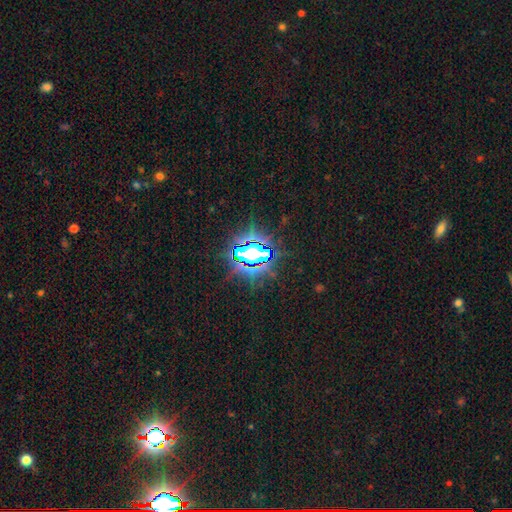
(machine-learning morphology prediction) Smooth or featured? Predicted: star or artifact (p=0.83).